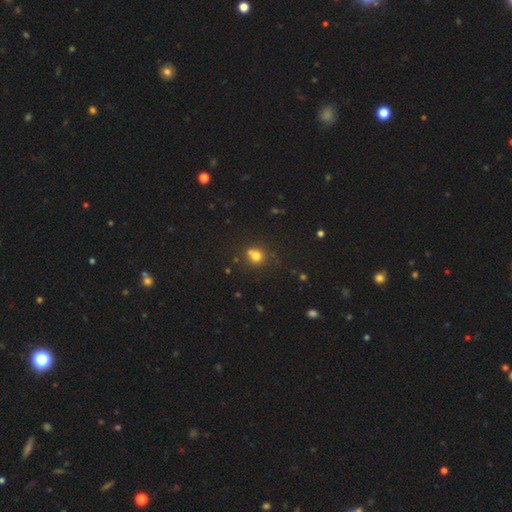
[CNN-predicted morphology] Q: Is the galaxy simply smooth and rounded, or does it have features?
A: smooth — 73%.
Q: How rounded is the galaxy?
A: round — 82%.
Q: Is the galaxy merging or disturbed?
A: none — 54%.